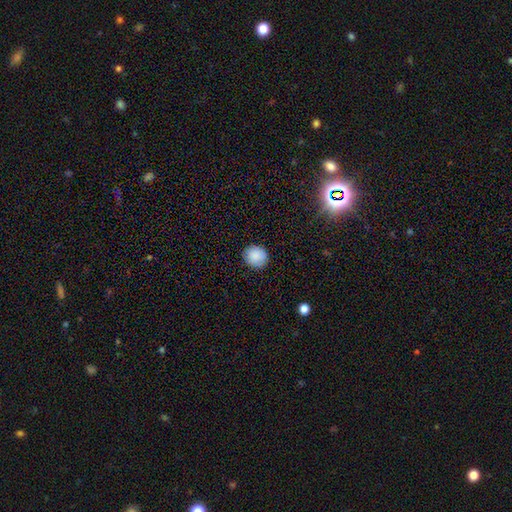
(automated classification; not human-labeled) Smooth or featured: smooth — 87% (star or artifact — 8%)
How rounded: round — 84% (in between — 15%)
Merging: none — 88% (minor disturbance — 9%)